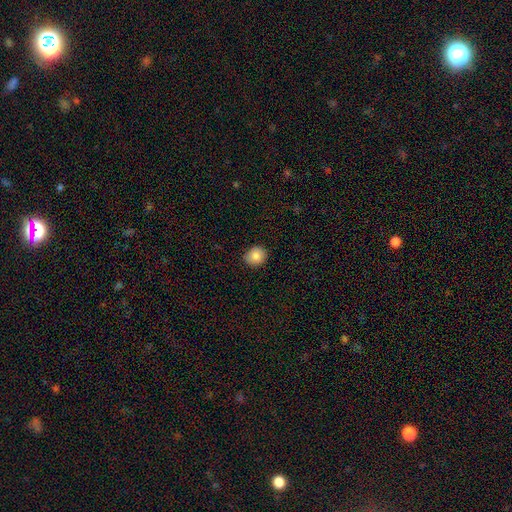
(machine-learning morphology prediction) This appears to be a smooth galaxy with no disk features (86%) that is round (81%). Merging: none (87%).